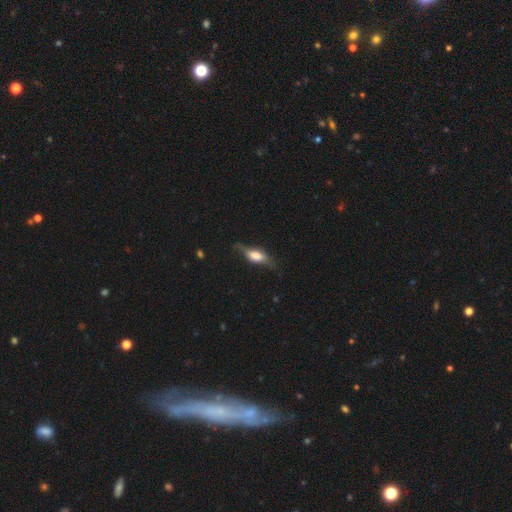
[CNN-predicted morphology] Smooth or featured? Predicted: smooth (p=0.50). How rounded? Predicted: in between (p=0.62). Merging? Predicted: none (p=0.64).